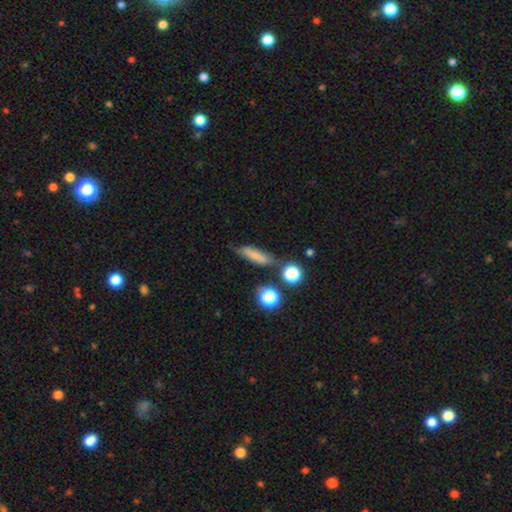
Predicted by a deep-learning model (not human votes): smooth-or-featured: smooth: 65% | featured or disk: 22% | star or artifact: 13%
  how-rounded: cigar-shaped: 61% | in between: 32% | round: 7%
  merging: none: 61% | minor disturbance: 21% | merger: 10% | major disturbance: 8%